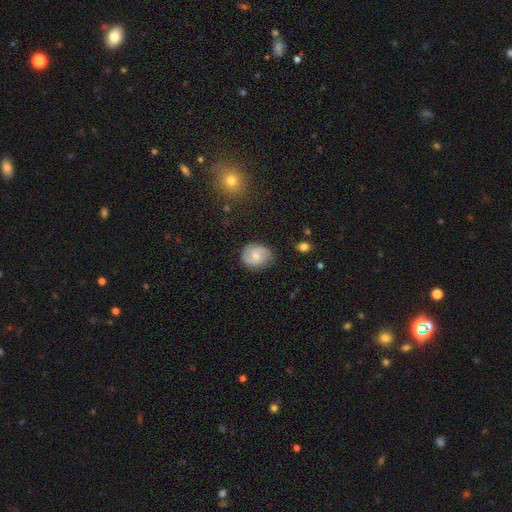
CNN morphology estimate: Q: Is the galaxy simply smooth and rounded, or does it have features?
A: featured or disk — 46%, tied with smooth.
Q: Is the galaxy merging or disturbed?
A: none — 76%.